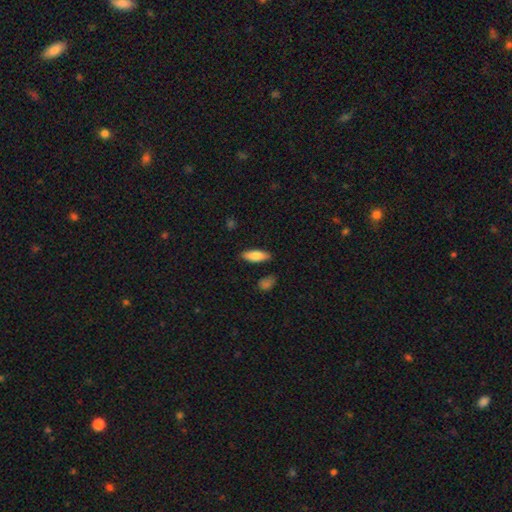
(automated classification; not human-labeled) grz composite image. It shows a smooth galaxy with no disk features (80%) that is in between round and cigar-shaped (70%). Merging: none (84%).